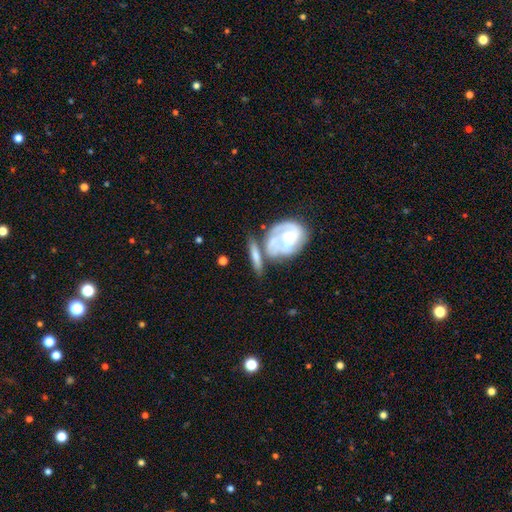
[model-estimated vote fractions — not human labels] This appears to be a featured or disk galaxy (51%). Merging: none (41%).